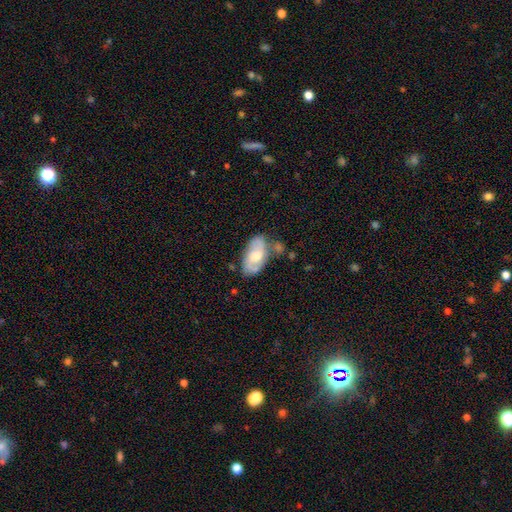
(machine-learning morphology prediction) This appears to be a featured or disk galaxy (61%) with no bar (57%), spiral arms (86%) and a moderate central bulge (62%). Merging: none (62%).